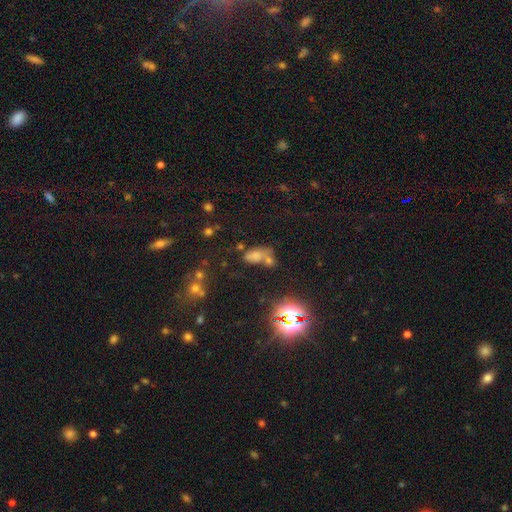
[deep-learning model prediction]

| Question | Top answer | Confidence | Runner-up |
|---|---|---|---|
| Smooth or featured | smooth | 58% | star or artifact (28%) |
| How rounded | in between | 83% | round (11%) |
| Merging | merger | 44% | none (33%) |